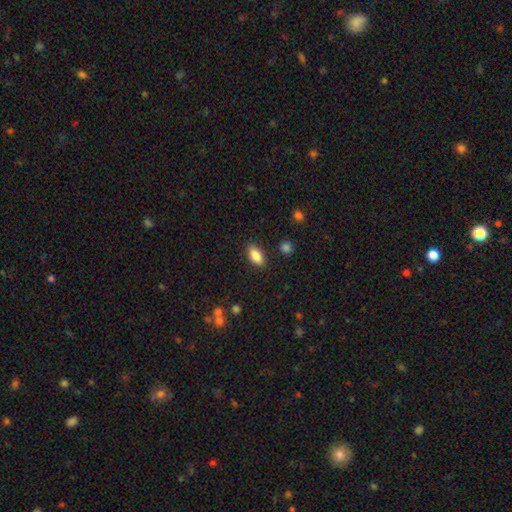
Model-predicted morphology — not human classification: type=smooth (85%); roundness=in between (89%); merging=none (86%).